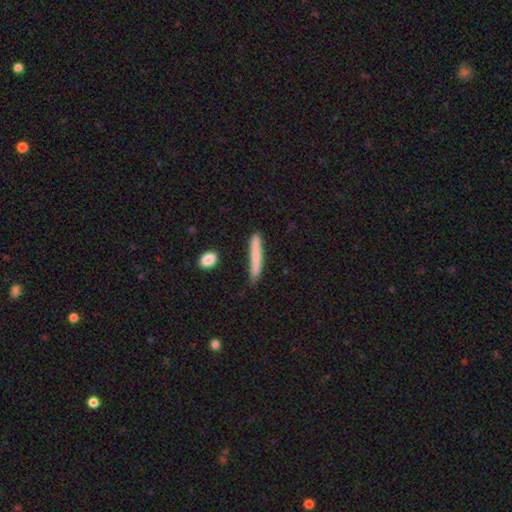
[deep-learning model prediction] The model was most divided on "smooth or featured": smooth: 74%, featured or disk: 20%, star or artifact: 6%. More confident: how rounded — cigar-shaped (95%); merging — none (79%).